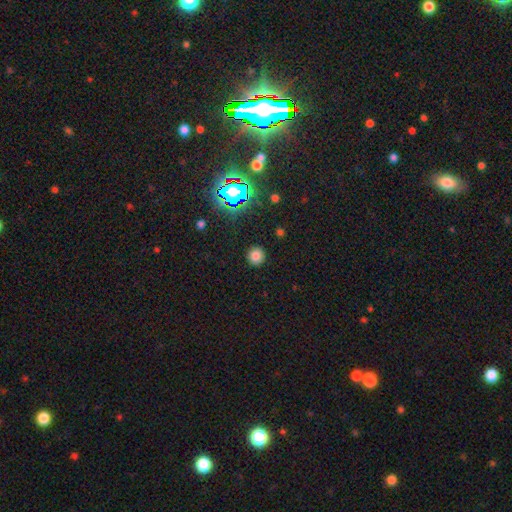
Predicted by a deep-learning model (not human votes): Smooth or featured? smooth (78%)
How rounded? round (93%)
Merging? none (91%)